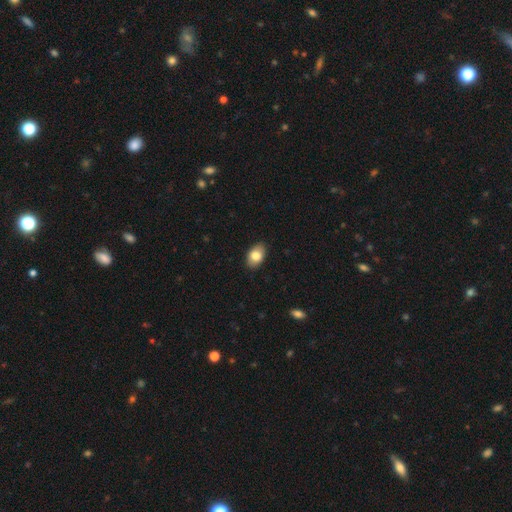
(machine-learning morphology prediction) This appears to be a smooth galaxy with no disk features (82%) that is in between round and cigar-shaped (86%). Merging: none (86%).